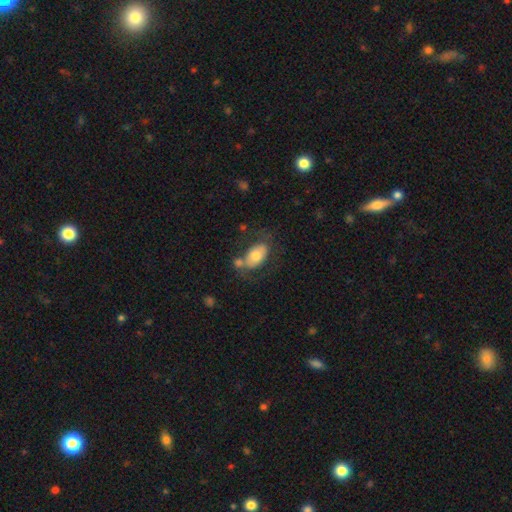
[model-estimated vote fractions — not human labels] Smooth or featured? smooth (65%)
How rounded? in between (91%)
Merging? none (48%)